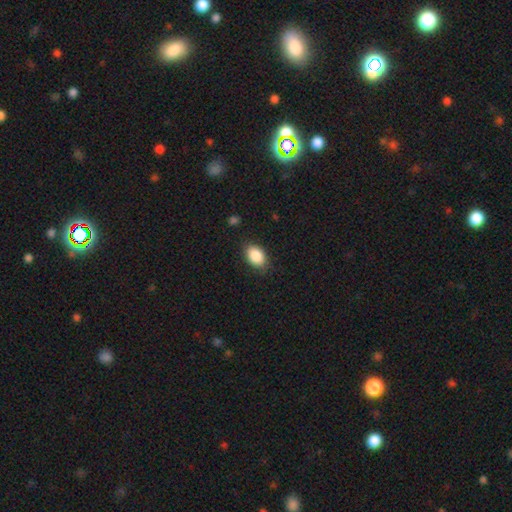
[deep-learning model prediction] A smooth galaxy with no disk features (88%) that is in between round and cigar-shaped (84%). Merging: none (82%).